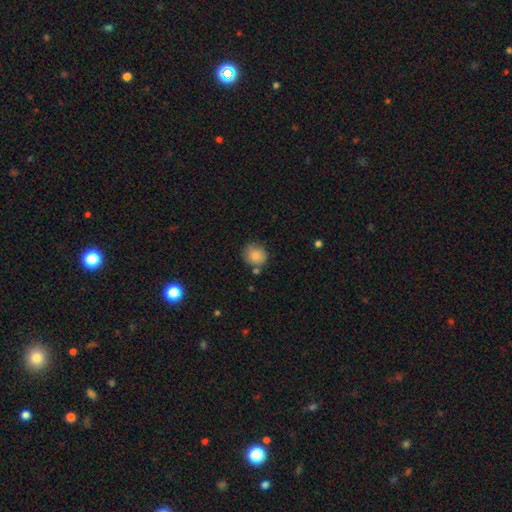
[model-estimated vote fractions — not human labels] This is clearly a smooth galaxy (83%). How rounded: clearly round (83%). Merging: likely none (72%).